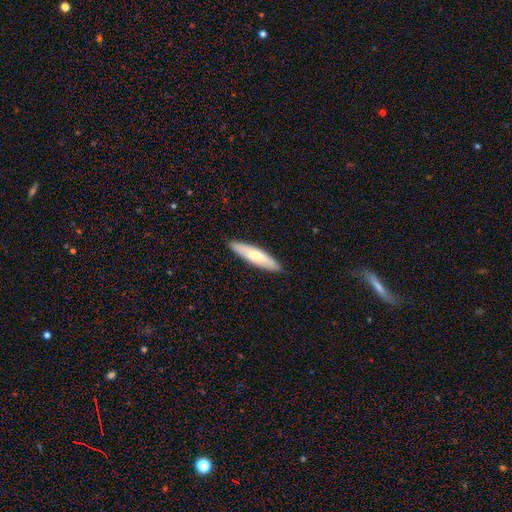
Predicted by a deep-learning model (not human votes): Smooth or featured? smooth (61%)
How rounded? cigar-shaped (74%)
Merging? none (90%)